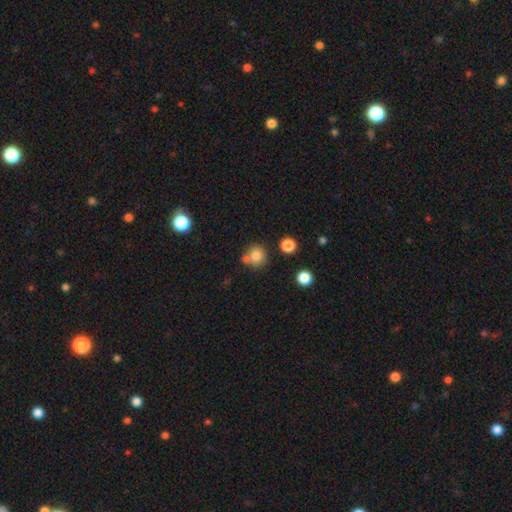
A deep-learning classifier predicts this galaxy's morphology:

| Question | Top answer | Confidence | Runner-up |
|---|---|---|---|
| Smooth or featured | smooth | 79% | star or artifact (12%) |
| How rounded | round | 90% | in between (9%) |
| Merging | none | 64% | merger (24%) |